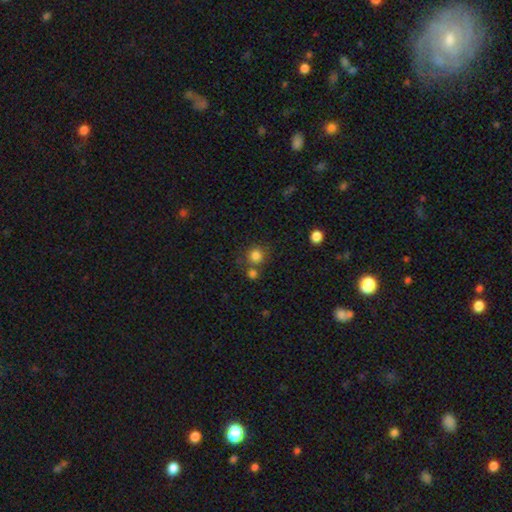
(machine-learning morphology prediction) type=smooth (82%); roundness=round (91%); merging=none (69%).